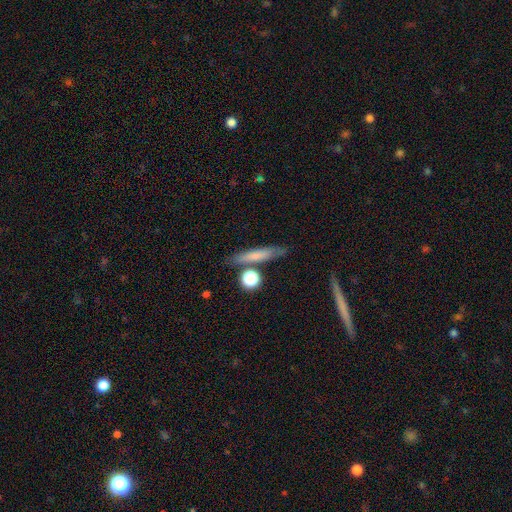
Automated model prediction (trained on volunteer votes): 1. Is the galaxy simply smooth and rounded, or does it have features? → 66% smooth, 25% featured or disk, 9% star or artifact.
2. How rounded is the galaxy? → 80% cigar-shaped, 12% in between, 8% round.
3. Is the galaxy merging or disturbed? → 76% none, 12% minor disturbance, 8% merger, 4% major disturbance.